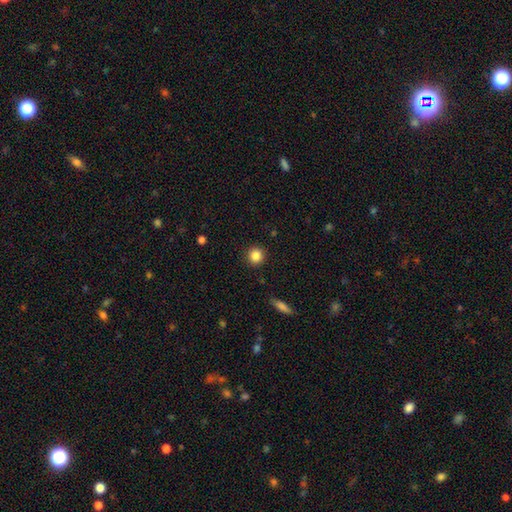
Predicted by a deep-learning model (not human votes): Q: Smooth or featured?
A: smooth (85%); runner-up: star or artifact (10%)
Q: How rounded?
A: round (93%); runner-up: in between (6%)
Q: Merging?
A: none (91%); runner-up: minor disturbance (6%)